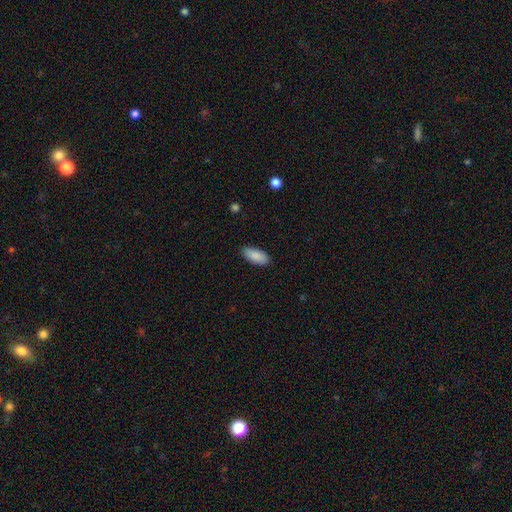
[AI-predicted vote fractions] smooth 90%, star or artifact 6%, featured or disk 4%. Down the decision tree: how rounded — in between (87%); merging — none (88%).